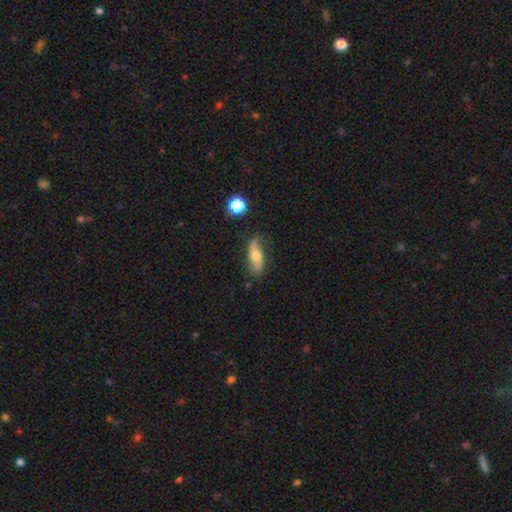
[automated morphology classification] This appears to be a featured or disk galaxy (50%). Merging: none (68%).